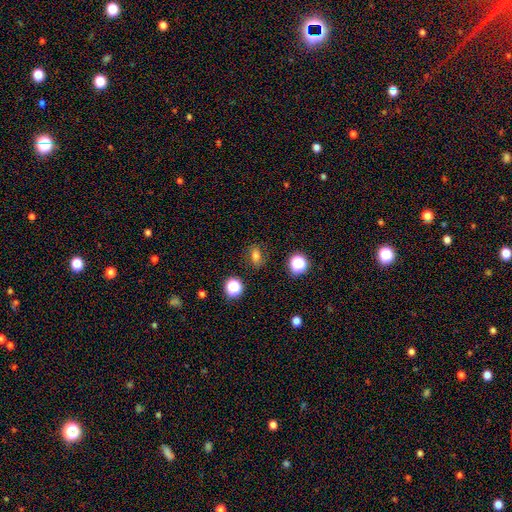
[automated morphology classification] A smooth galaxy with no disk features (71%) that is in between round and cigar-shaped (63%).

Vote fractions:
- Smooth or featured? smooth: 71% / star or artifact: 19% / featured or disk: 10%
- How rounded? in between: 63% / round: 35% / cigar-shaped: 2%
- Merging? none: 83% / minor disturbance: 11% / major disturbance: 4% / merger: 2%